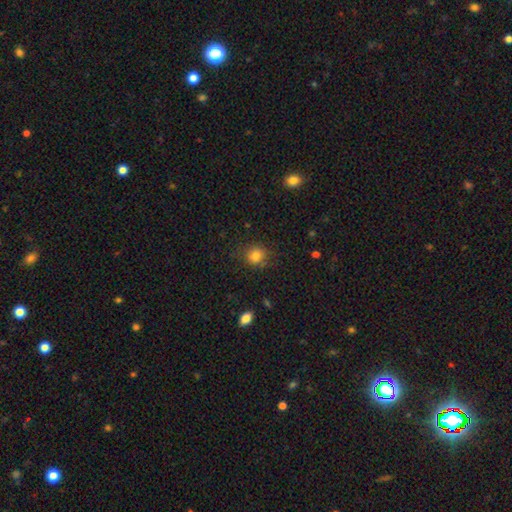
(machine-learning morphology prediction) smooth-or-featured: smooth: 80% | star or artifact: 12% | featured or disk: 8%
  how-rounded: round: 77% | in between: 22% | cigar-shaped: 1%
  merging: none: 75% | minor disturbance: 16% | major disturbance: 5% | merger: 4%